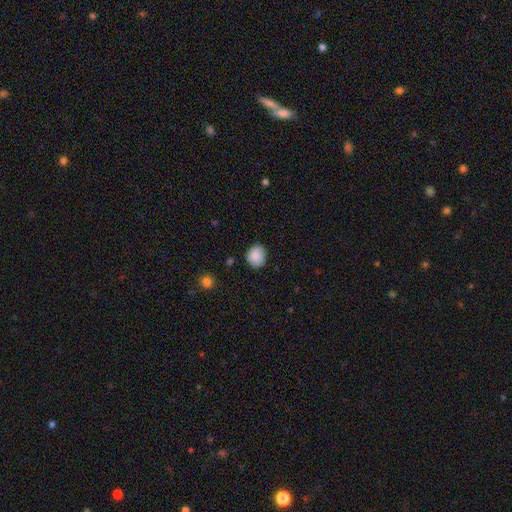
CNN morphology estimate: The model was most divided on "how rounded": round: 70%, in between: 29%, cigar-shaped: 1%. More confident: smooth or featured — smooth (88%); merging — none (80%).